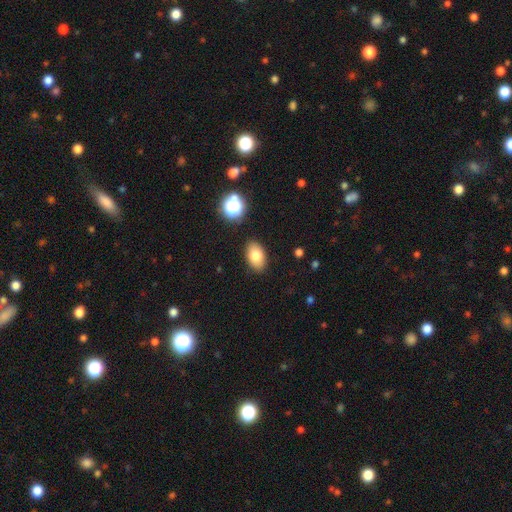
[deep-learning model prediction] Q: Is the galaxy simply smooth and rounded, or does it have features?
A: smooth — 79%.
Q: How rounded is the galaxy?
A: in between — 89%.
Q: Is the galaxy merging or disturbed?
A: none — 87%.